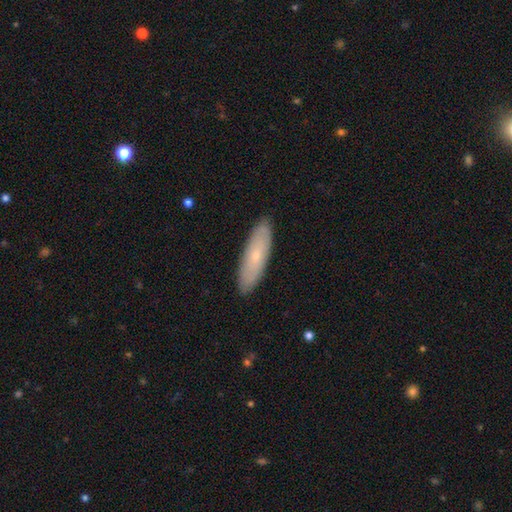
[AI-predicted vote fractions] Smooth or featured? Predicted: smooth (p=0.59). How rounded? Predicted: cigar-shaped (p=0.54). Merging? Predicted: none (p=0.89).